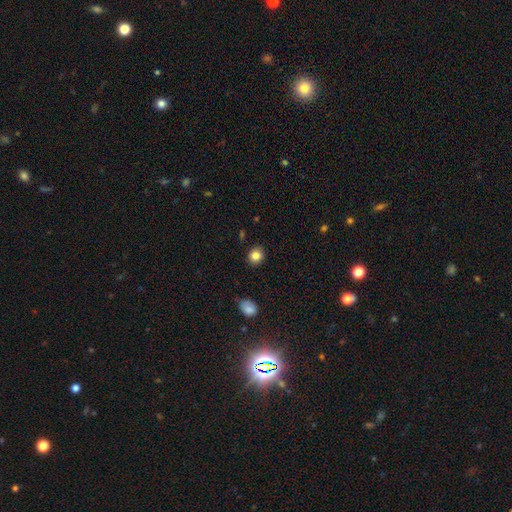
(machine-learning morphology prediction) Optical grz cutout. It shows a smooth galaxy with no disk features (83%) that is round (76%). Merging: none (90%).